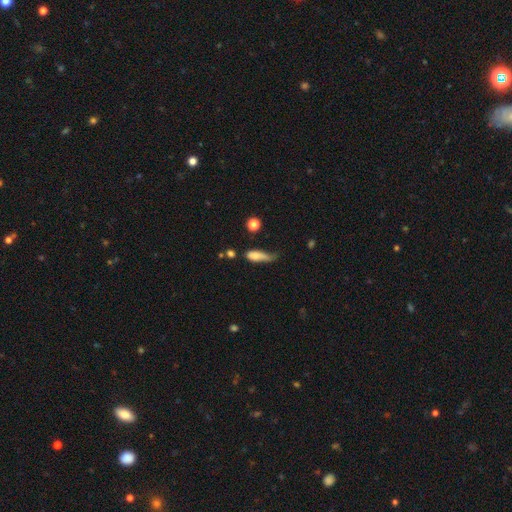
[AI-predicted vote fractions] This appears to be a smooth galaxy with no disk features (70%) that is in between round and cigar-shaped (56%). Merging: minor disturbance (37%).